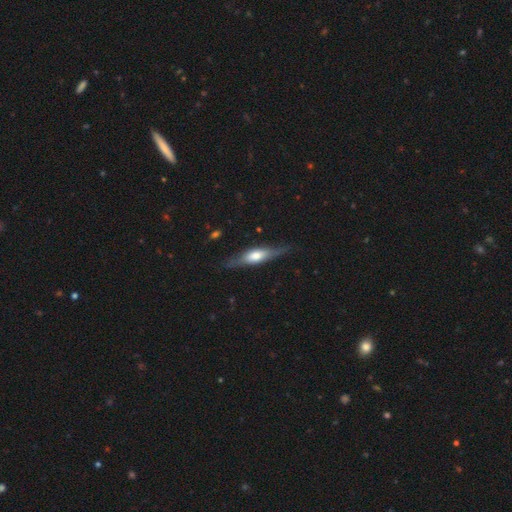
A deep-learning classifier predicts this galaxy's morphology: This appears to be a featured or disk galaxy (56%) viewed edge-on (87%). Merging: none (78%).